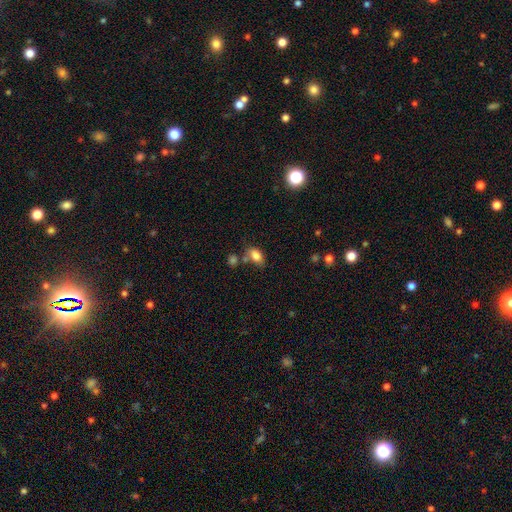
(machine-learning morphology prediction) Smooth or featured? smooth (82%)
How rounded? in between (87%)
Merging? none (57%)